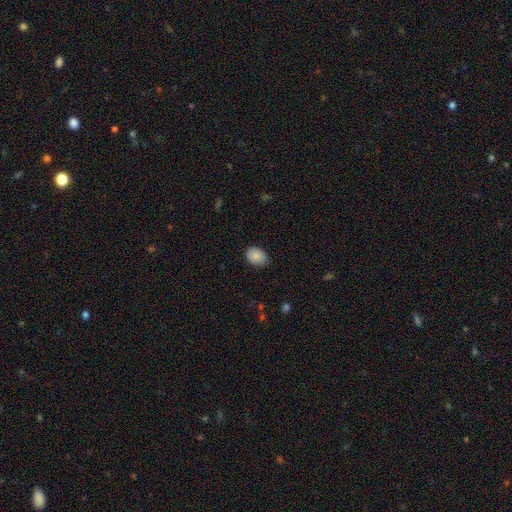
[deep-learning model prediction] Overall: smooth (83%). How rounded: in between (73%). Merging: none (81%).